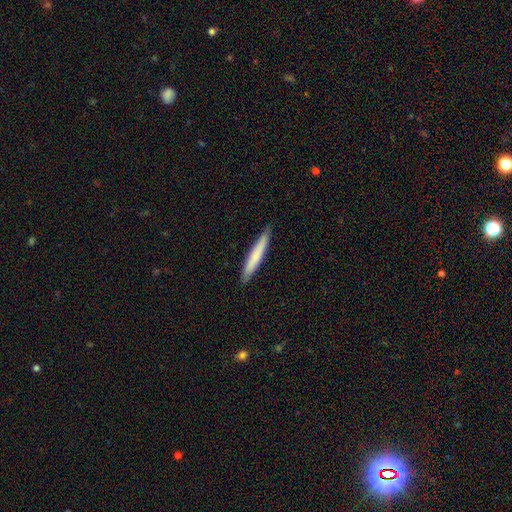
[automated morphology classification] smooth_or_featured: smooth (p=0.71) [alt: featured or disk p=0.23]
how_rounded: cigar-shaped (p=0.95) [alt: in between p=0.04]
merging: none (p=0.89) [alt: minor disturbance p=0.08]